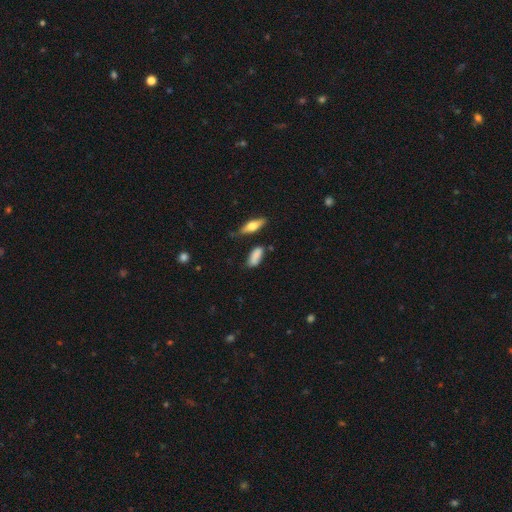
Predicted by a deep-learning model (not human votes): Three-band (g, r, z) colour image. It shows a smooth galaxy with no disk features (82%) that is in between round and cigar-shaped (78%). Merging: none (62%).